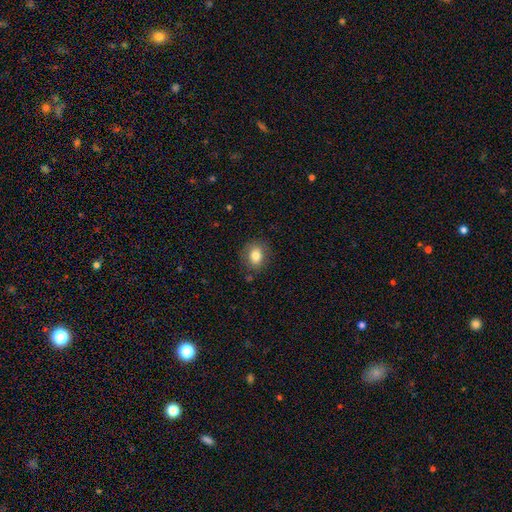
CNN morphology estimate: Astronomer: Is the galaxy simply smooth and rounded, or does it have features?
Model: smooth — 79%.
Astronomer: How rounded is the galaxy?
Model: round — 52% (runner-up: in between, 46%).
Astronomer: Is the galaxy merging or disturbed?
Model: none — 80%.